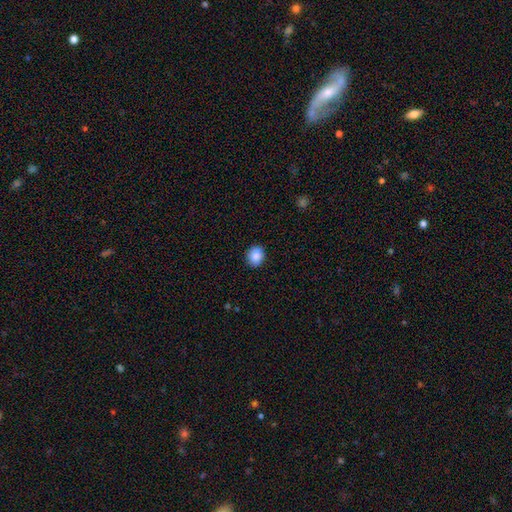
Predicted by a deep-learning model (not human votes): Morphology: type=smooth (88%); roundness=round (68%); merging=none (89%).